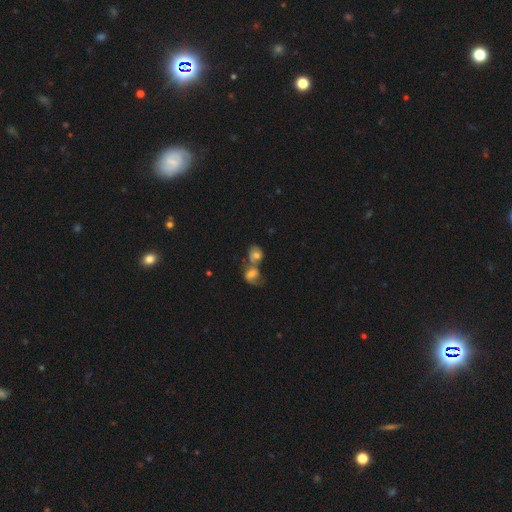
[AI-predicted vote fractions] smooth-or-featured: smooth: 61% | featured or disk: 27% | star or artifact: 11%
  how-rounded: round: 60% | in between: 38% | cigar-shaped: 2%
  merging: merger: 63% | none: 23% | minor disturbance: 8% | major disturbance: 6%